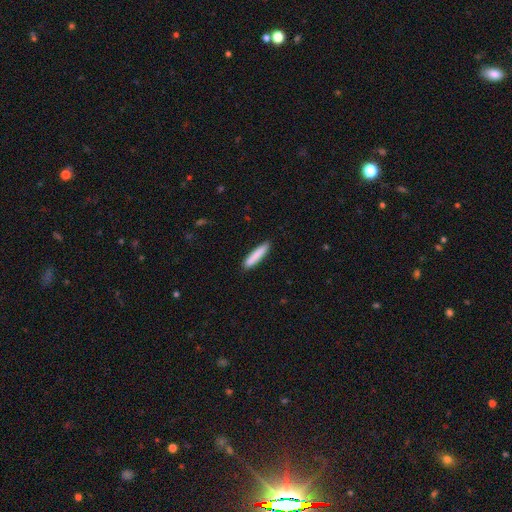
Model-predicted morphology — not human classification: This appears to be a smooth galaxy with no disk features (85%) that is cigar-shaped (89%). Merging: none (89%).